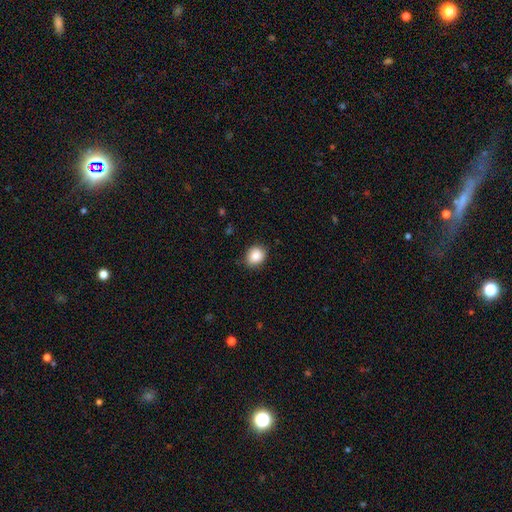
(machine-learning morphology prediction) type=smooth (87%); roundness=round (64%); merging=none (83%).